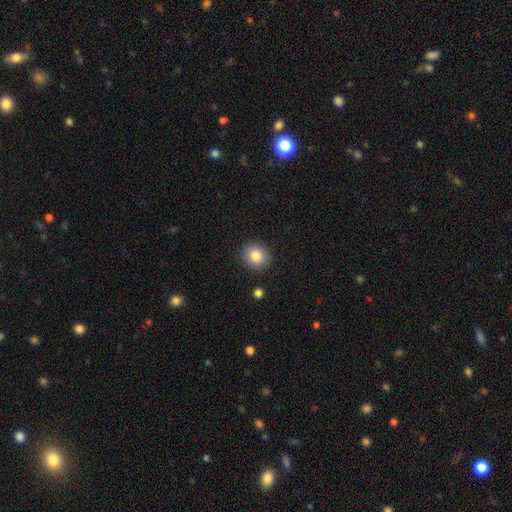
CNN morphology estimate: A smooth galaxy with no disk features (84%) that is round (83%).

Vote fractions:
- Smooth or featured? smooth: 84% / star or artifact: 9% / featured or disk: 7%
- How rounded? round: 83% / in between: 16% / cigar-shaped: 1%
- Merging? none: 89% / minor disturbance: 7% / major disturbance: 2% / merger: 2%